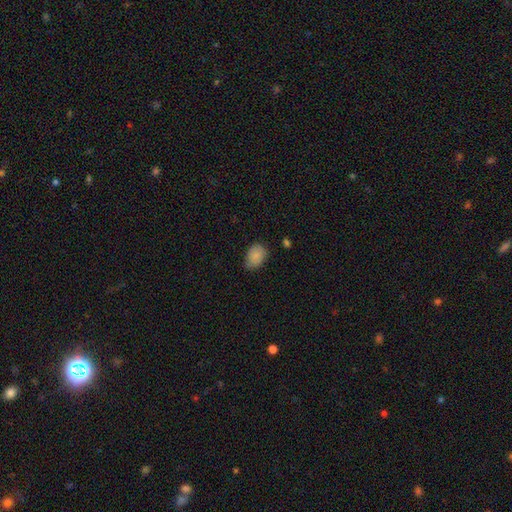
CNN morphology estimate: This appears to be a smooth galaxy with no disk features (85%) that is in between round and cigar-shaped (76%). Merging: none (67%).